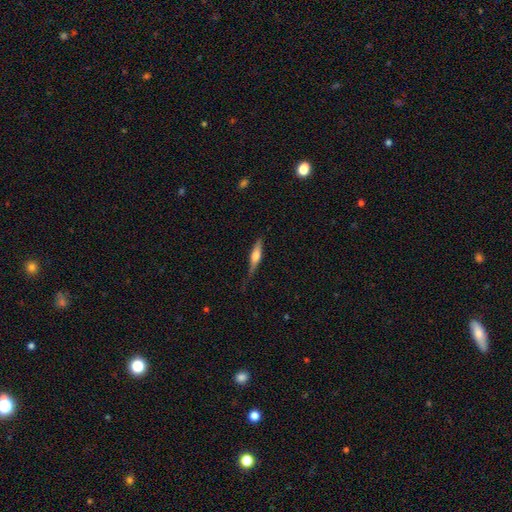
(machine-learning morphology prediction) Smooth or featured? featured or disk (48%)
Merging? none (64%)